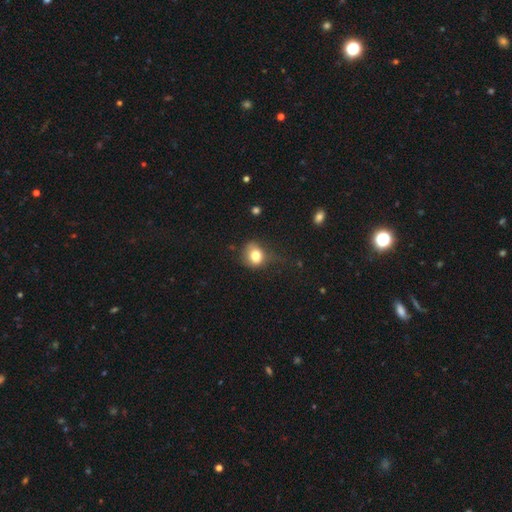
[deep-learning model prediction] Smooth or featured? Predicted: smooth (p=0.78). How rounded? Predicted: round (p=0.63). Merging? Predicted: none (p=0.45).